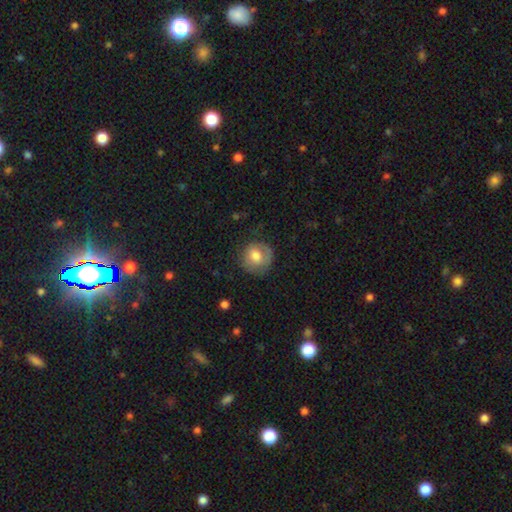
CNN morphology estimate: smooth 67%, featured or disk 26%, star or artifact 7%. Down the decision tree: how rounded — round (86%); merging — none (68%).